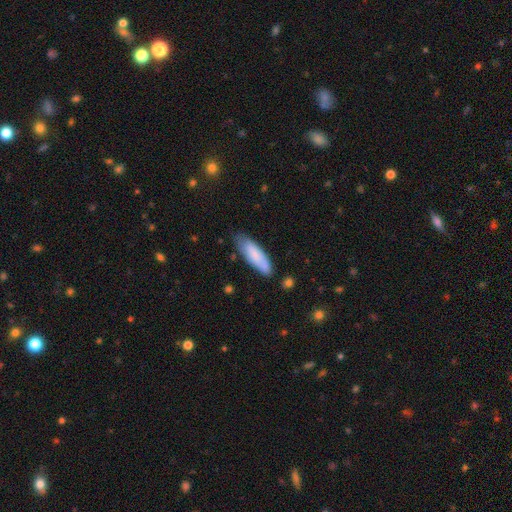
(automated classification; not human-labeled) Morphology: type=smooth (77%); roundness=cigar-shaped (52%); merging=none (69%).